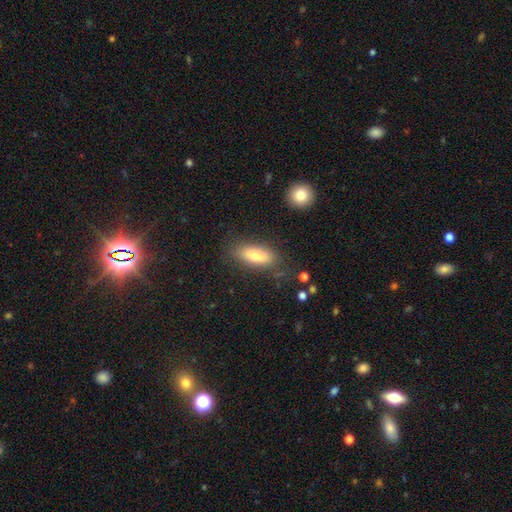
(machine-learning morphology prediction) Q: Smooth or featured?
A: smooth (76%); runner-up: featured or disk (16%)
Q: How rounded?
A: in between (73%); runner-up: cigar-shaped (25%)
Q: Merging?
A: none (80%); runner-up: minor disturbance (13%)